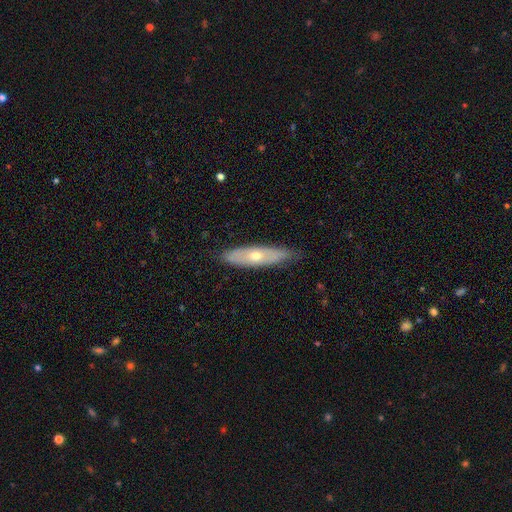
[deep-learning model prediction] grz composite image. It shows a smooth galaxy with no disk features (47%, tied with featured or disk). Merging: none (78%).